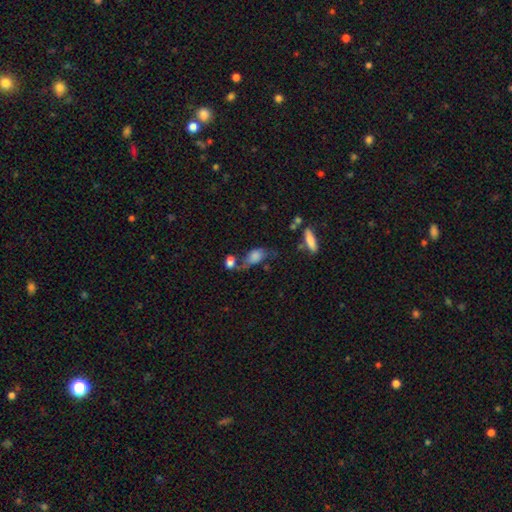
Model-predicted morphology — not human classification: type=smooth (70%); roundness=in between (82%); merging=merger (30%).